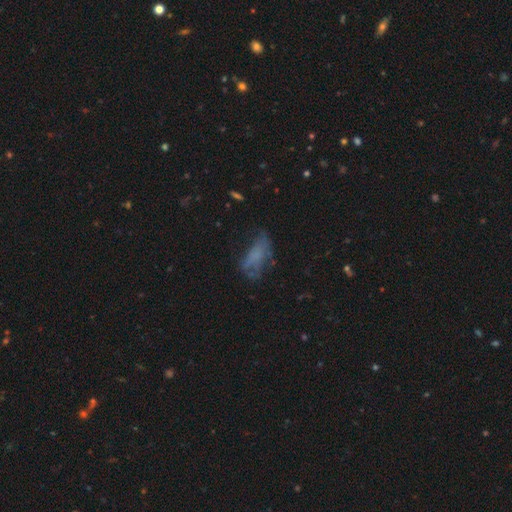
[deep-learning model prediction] Overall: smooth (50%; featured or disk 33%). How rounded: in between (81%). Merging: none (38%; major disturbance 31%).